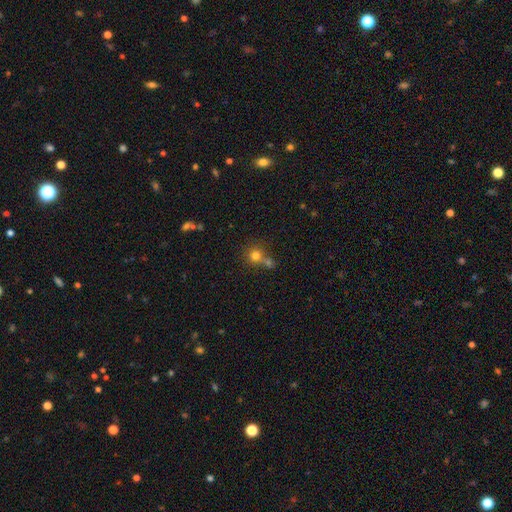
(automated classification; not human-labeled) Smooth or featured? Predicted: smooth (p=0.75). How rounded? Predicted: round (p=0.87). Merging? Predicted: none (p=0.50).